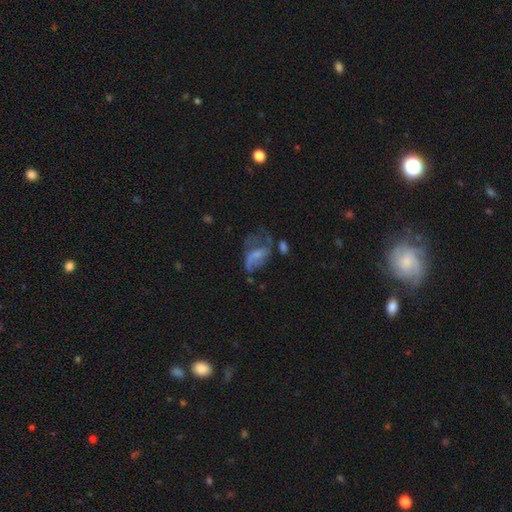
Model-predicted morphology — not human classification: Smooth or featured? featured or disk (56%)
Edge-on disk? no (96%)
Bar? no (56%)
Spiral arms? yes (58%)
Bulge size? small (42%)
Merging? major disturbance (45%)